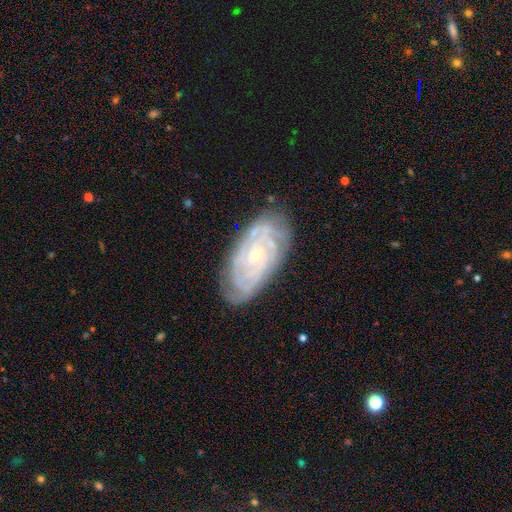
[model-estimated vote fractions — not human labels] Smooth or featured: featured or disk — 83% (smooth — 11%)
Edge-on disk: no — 95% (yes — 5%)
Bar: no — 67% (weak — 26%)
Spiral arms: yes — 95% (no — 5%)
Spiral winding: tight — 79% (medium — 18%)
Spiral arm count: can't tell — 39% (2 — 18%)
Bulge size: small — 77% (moderate — 18%)
Merging: none — 77% (minor disturbance — 17%)